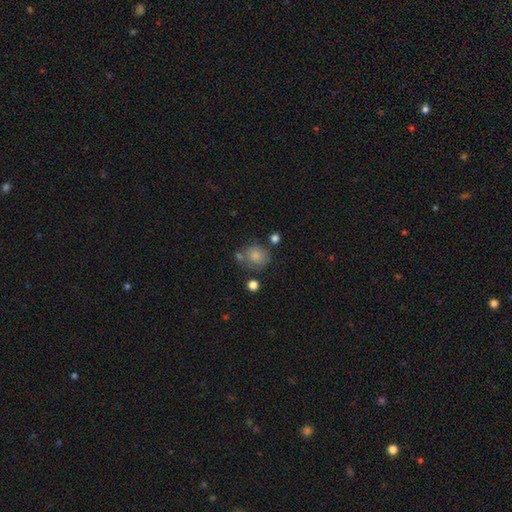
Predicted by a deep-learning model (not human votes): Smooth or featured: smooth — 80% (star or artifact — 10%)
How rounded: round — 76% (in between — 23%)
Merging: none — 61% (minor disturbance — 18%)